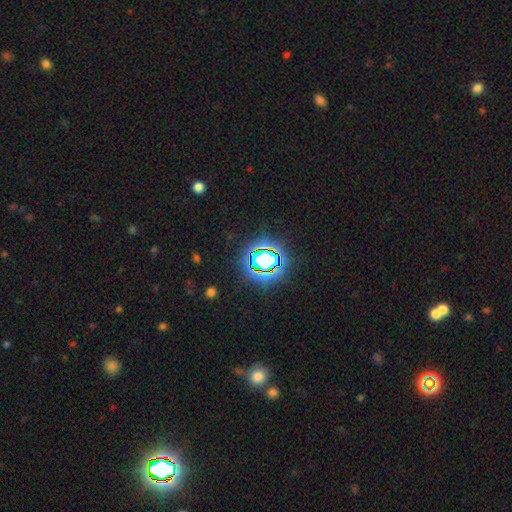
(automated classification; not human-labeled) Q: Smooth or featured?
A: star or artifact (72%); runner-up: smooth (17%)